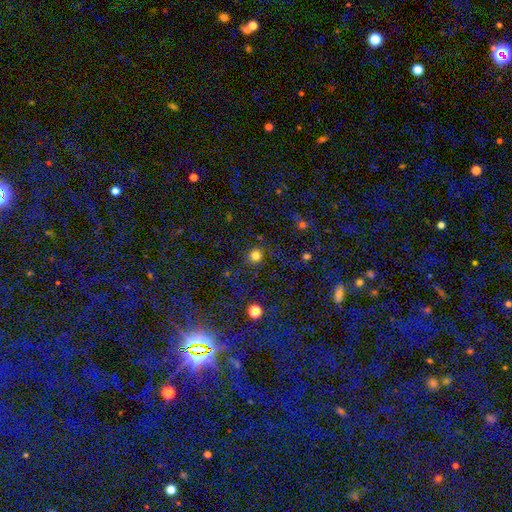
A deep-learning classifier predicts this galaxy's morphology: Smooth or featured? Predicted: smooth (p=0.75). How rounded? Predicted: round (p=0.93). Merging? Predicted: none (p=0.83).